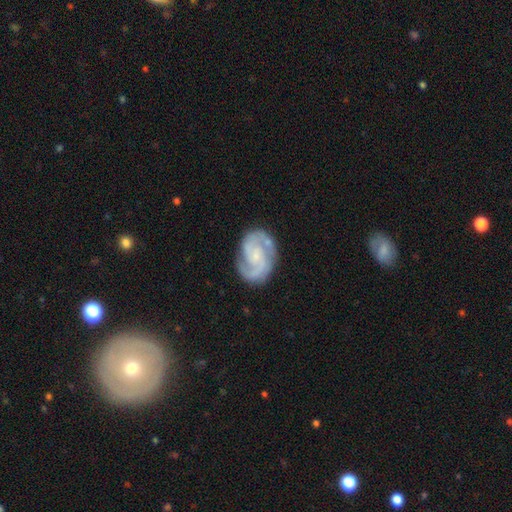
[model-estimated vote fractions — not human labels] Smooth or featured? Predicted: featured or disk (p=0.87). Edge-on disk? Predicted: no (p=0.98). Bar? Predicted: no (p=0.54). Spiral arms? Predicted: yes (p=0.98). Spiral winding? Predicted: medium (p=0.49). Spiral arm count? Predicted: 2 (p=0.84). Bulge size? Predicted: small (p=0.58). Merging? Predicted: none (p=0.79).